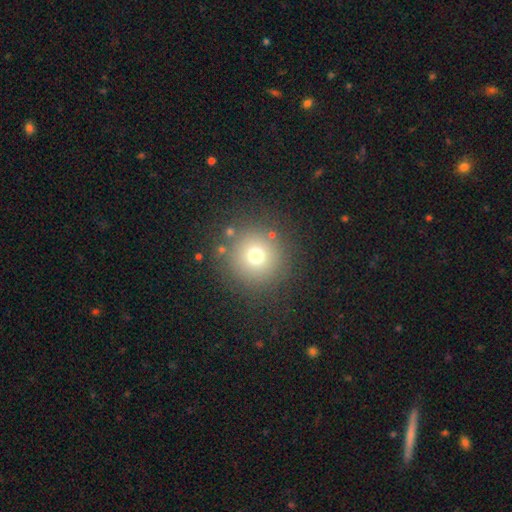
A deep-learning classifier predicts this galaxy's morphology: Smooth or featured?
  - smooth: 70% *
  - star or artifact: 18%
  - featured or disk: 12%
How rounded?
  - round: 96% *
  - in between: 3%
  - cigar-shaped: 1%
Merging?
  - none: 85% *
  - minor disturbance: 8%
  - major disturbance: 5%
  - merger: 3%